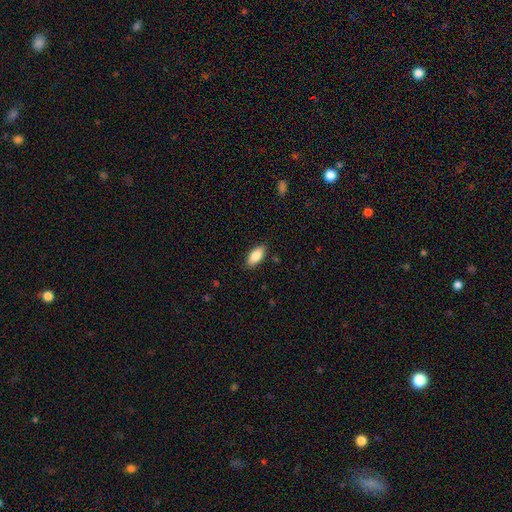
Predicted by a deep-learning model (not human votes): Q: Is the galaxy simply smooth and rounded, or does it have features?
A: smooth — 87%.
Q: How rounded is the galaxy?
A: in between — 88%.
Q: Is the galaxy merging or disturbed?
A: none — 87%.